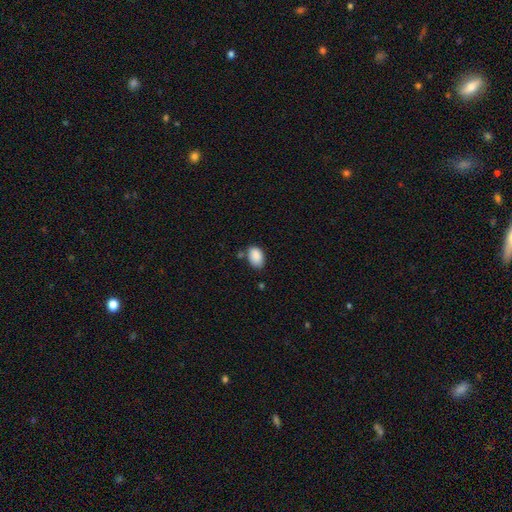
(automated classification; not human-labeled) smooth 88%, star or artifact 7%, featured or disk 4%. Down the decision tree: how rounded — in between (85%); merging — none (67%).